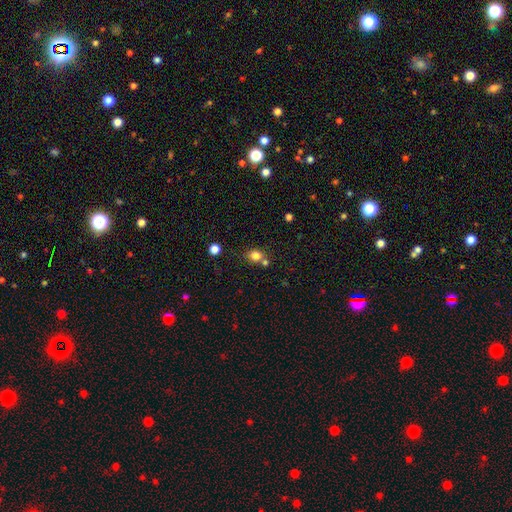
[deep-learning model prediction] This is clearly a smooth galaxy (81%). How rounded: likely round (64%). Merging: possibly none (59%).